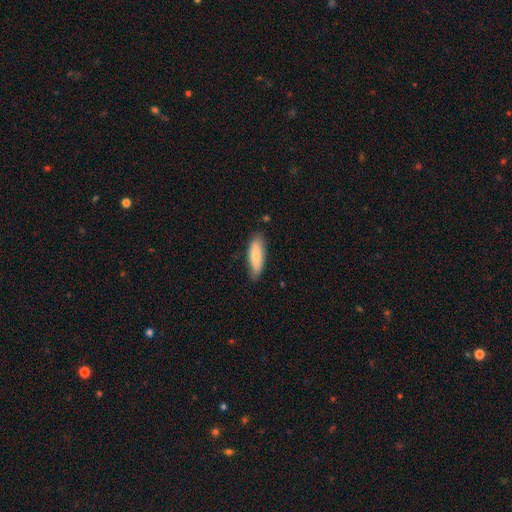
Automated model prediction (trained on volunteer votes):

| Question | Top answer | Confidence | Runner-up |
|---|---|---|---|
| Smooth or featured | smooth | 79% | featured or disk (15%) |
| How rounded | in between | 53% | cigar-shaped (45%) |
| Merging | none | 79% | minor disturbance (17%) |